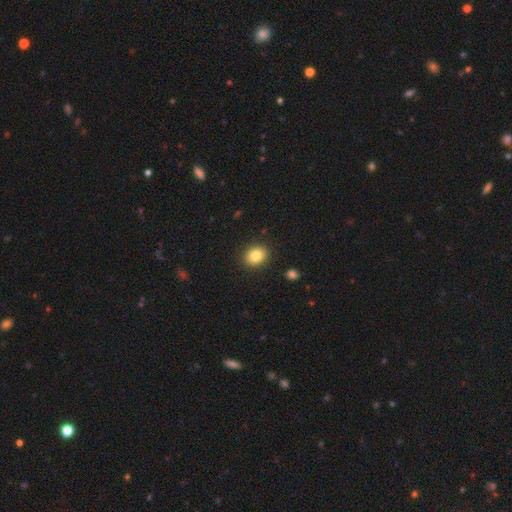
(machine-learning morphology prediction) Smooth or featured? smooth (84%)
How rounded? in between (51%)
Merging? none (90%)